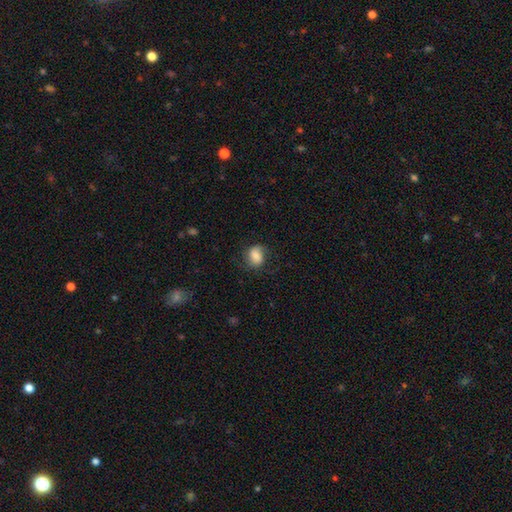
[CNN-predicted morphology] smooth-or-featured: smooth: 69% | featured or disk: 22% | star or artifact: 9%
  how-rounded: in between: 57% | round: 42% | cigar-shaped: 1%
  merging: none: 63% | minor disturbance: 24% | major disturbance: 12% | merger: 1%